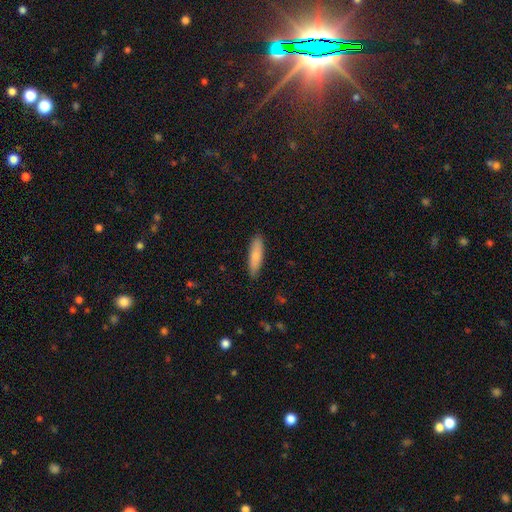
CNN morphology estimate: Smooth or featured: smooth — 81% (featured or disk — 13%)
How rounded: cigar-shaped — 70% (in between — 28%)
Merging: none — 88% (minor disturbance — 10%)